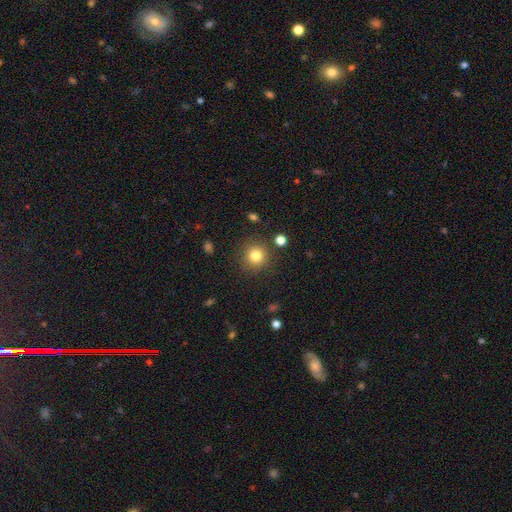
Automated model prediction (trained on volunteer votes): This is clearly a smooth galaxy (80%). How rounded: clearly round (94%). Merging: clearly none (87%).